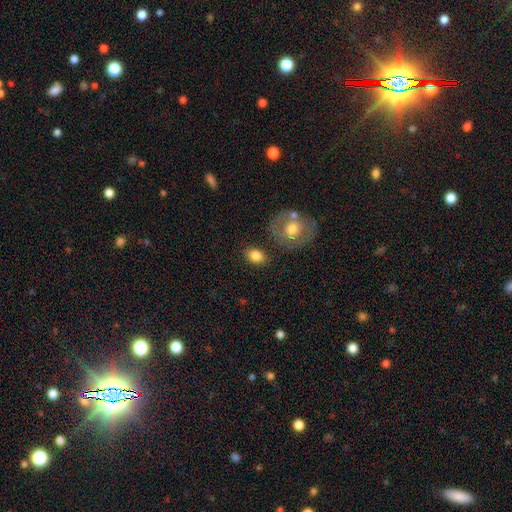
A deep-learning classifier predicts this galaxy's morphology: Overall: smooth (82%). How rounded: in between (75%). Merging: none (78%).